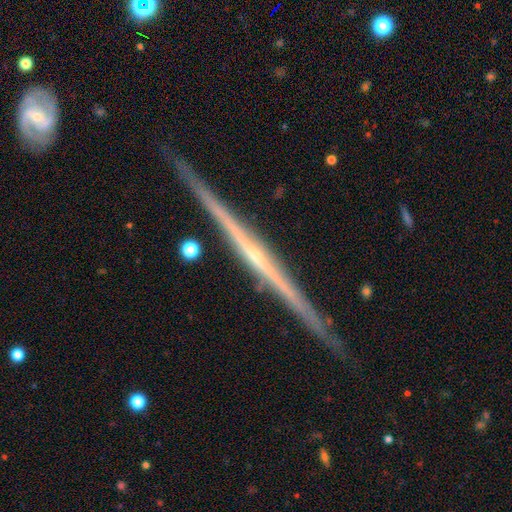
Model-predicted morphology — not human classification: type=featured or disk (86%); edge-on=yes (98%); edge-on bulge=none (52%); merging=none (89%).